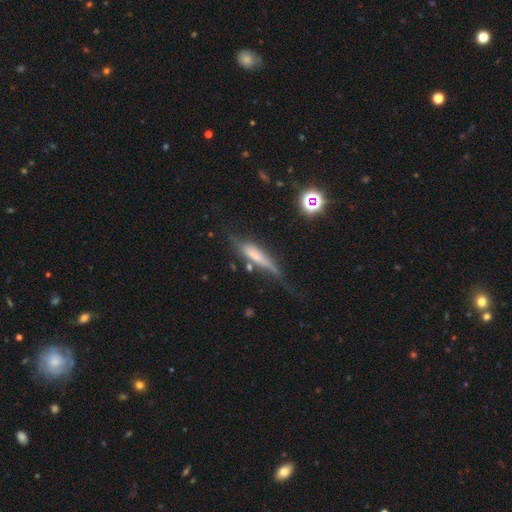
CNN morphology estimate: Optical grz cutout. It shows a smooth galaxy with no disk features (46%). Merging: none (48%).